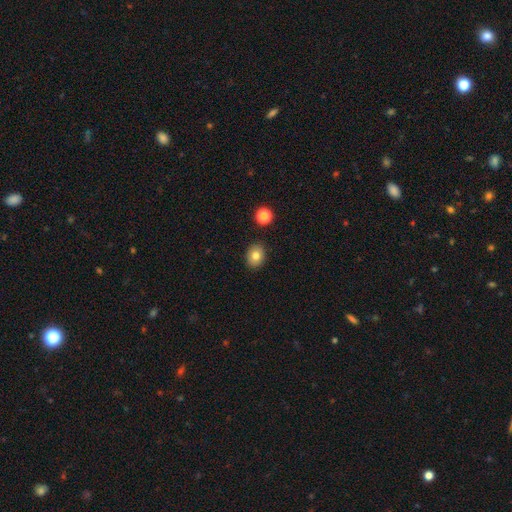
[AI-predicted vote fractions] Smooth or featured: smooth — 80% (star or artifact — 10%)
How rounded: round — 54% (in between — 45%)
Merging: none — 89% (minor disturbance — 7%)